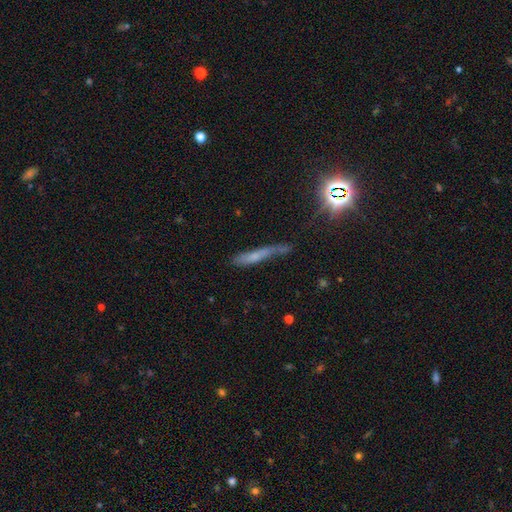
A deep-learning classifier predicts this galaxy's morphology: Smooth or featured: smooth — 51% (featured or disk — 33%)
How rounded: cigar-shaped — 88% (in between — 9%)
Merging: none — 46% (minor disturbance — 29%)